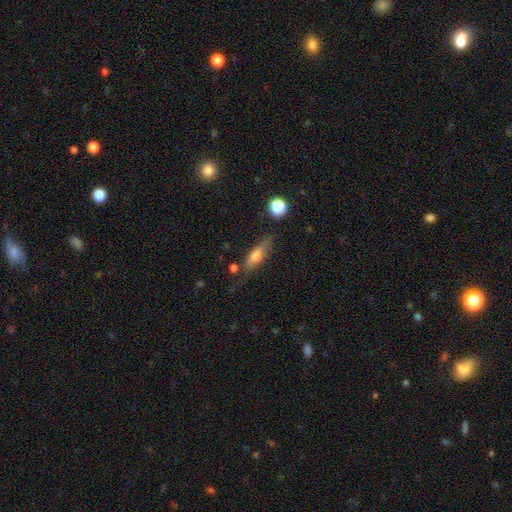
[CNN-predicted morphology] Overall: smooth (60%; featured or disk 32%). How rounded: cigar-shaped (52%; in between 44%). Merging: none (70%).